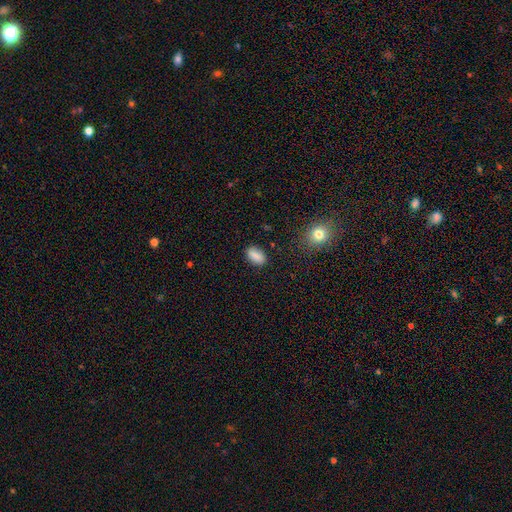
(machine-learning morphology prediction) Smooth or featured? smooth (86%)
How rounded? in between (89%)
Merging? none (83%)